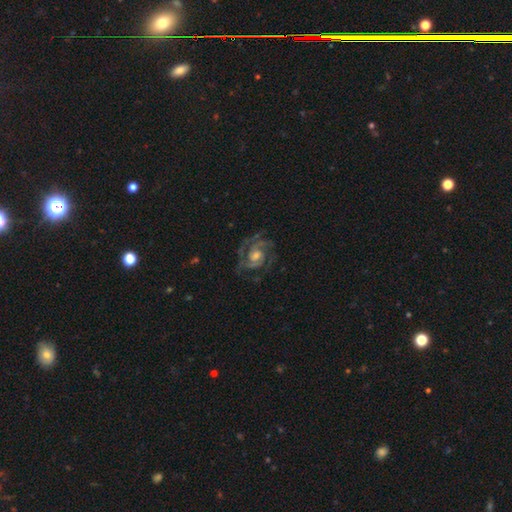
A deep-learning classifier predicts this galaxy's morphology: smooth-or-featured: featured or disk: 87% | star or artifact: 7% | smooth: 6%
  disk-edge-on: no: 98% | yes: 2%
    bar: no: 57% | weak: 35% | strong: 8%
    has-spiral-arms: yes: 96% | no: 4%
      spiral-winding: tight: 51% | medium: 41% | loose: 7%
      spiral-arm-count: 2: 42% | 3: 28% | can't tell: 15% | 4: 6% | 1: 5% | more than 4: 4%
    bulge-size: moderate: 56% | small: 31% | large: 8% | none: 4% | dominant: 1%
  merging: none: 71% | minor disturbance: 17% | major disturbance: 11% | merger: 1%